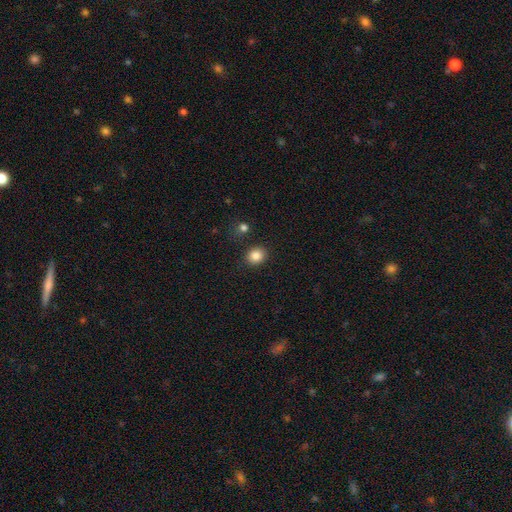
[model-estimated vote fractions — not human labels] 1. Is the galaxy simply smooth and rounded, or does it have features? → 85% smooth, 10% star or artifact, 5% featured or disk.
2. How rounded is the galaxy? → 71% round, 28% in between, 1% cigar-shaped.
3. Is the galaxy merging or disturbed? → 85% none, 8% minor disturbance, 3% merger, 3% major disturbance.